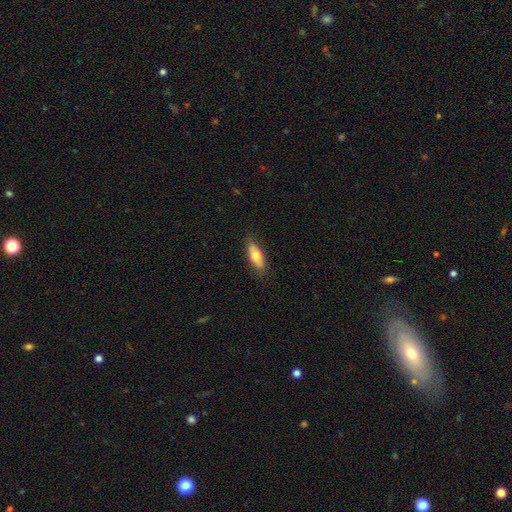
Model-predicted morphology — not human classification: This is likely a smooth galaxy (71%). How rounded: likely in between (68%). Merging: clearly none (82%).